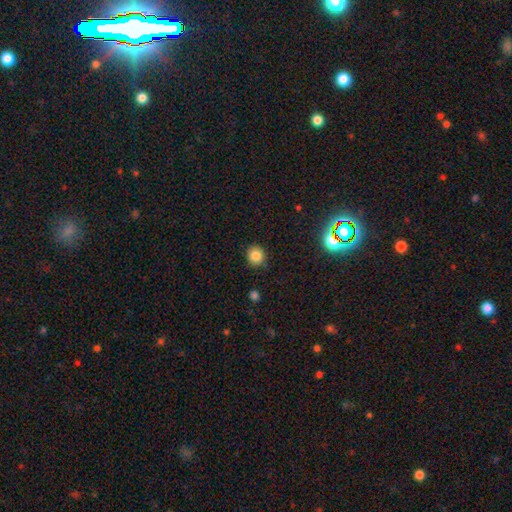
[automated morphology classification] smooth 83%, star or artifact 12%, featured or disk 5%. Down the decision tree: how rounded — round (89%); merging — none (90%).